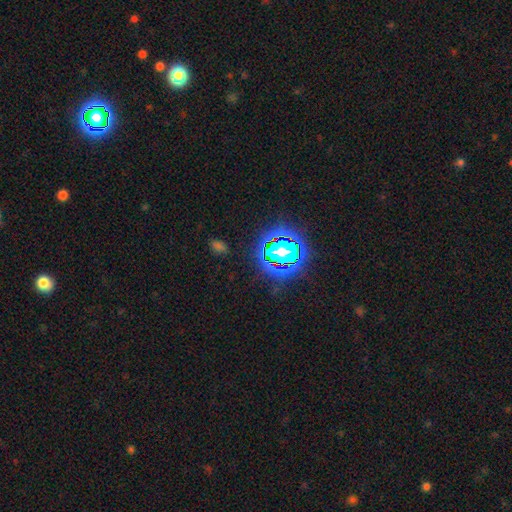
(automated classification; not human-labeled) This is likely a star or artifact rather than a galaxy (79%).